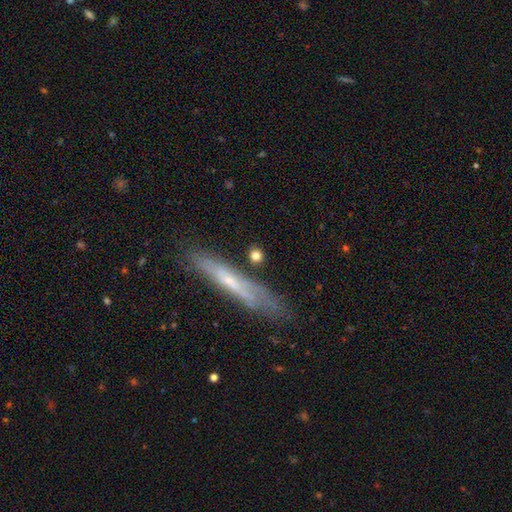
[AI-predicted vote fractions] Smooth or featured? Predicted: smooth (p=0.74). How rounded? Predicted: round (p=0.65). Merging? Predicted: none (p=0.83).